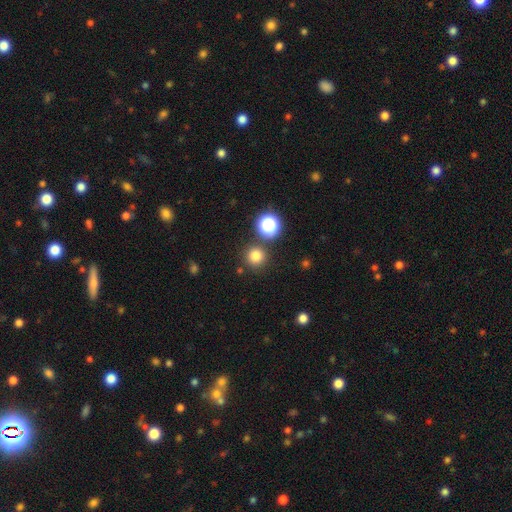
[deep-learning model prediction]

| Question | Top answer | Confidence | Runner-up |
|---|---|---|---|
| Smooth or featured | smooth | 77% | star or artifact (18%) |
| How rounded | round | 95% | in between (4%) |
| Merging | none | 84% | minor disturbance (7%) |